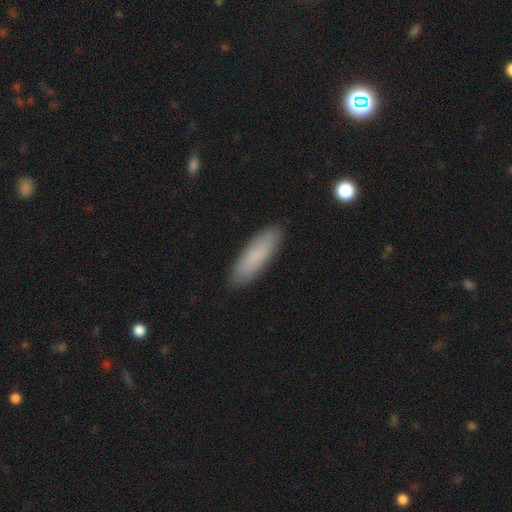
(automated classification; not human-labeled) Smooth or featured?
  - smooth: 83% *
  - featured or disk: 11%
  - star or artifact: 6%
How rounded?
  - cigar-shaped: 54% *
  - in between: 45%
  - round: 1%
Merging?
  - none: 89% *
  - minor disturbance: 8%
  - major disturbance: 2%
  - merger: 1%